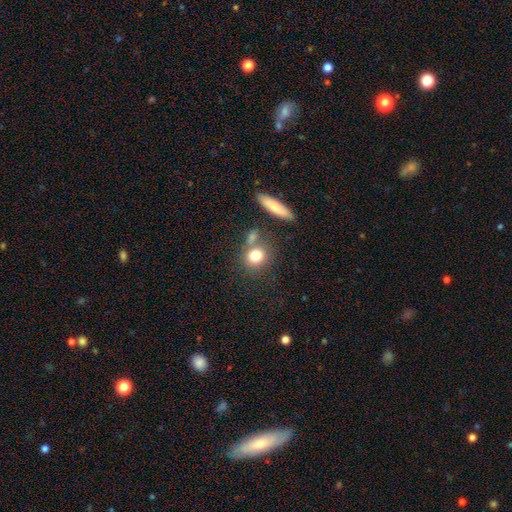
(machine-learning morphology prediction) smooth 79%, featured or disk 11%, star or artifact 10%. Down the decision tree: how rounded — round (71%); merging — none (59%).